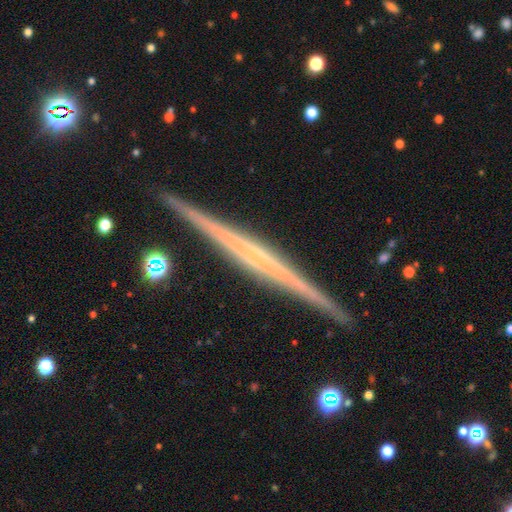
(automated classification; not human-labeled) A featured or disk galaxy (82%) viewed edge-on (99%) with no central bulge (60%). Merging: none (92%).